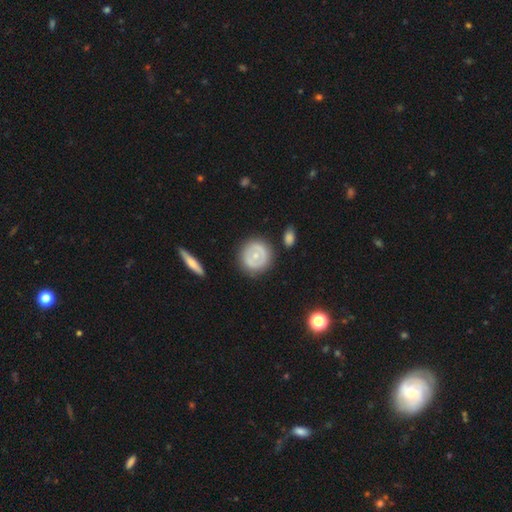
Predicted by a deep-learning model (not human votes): Smooth or featured? Predicted: featured or disk (p=0.49). Merging? Predicted: none (p=0.83).